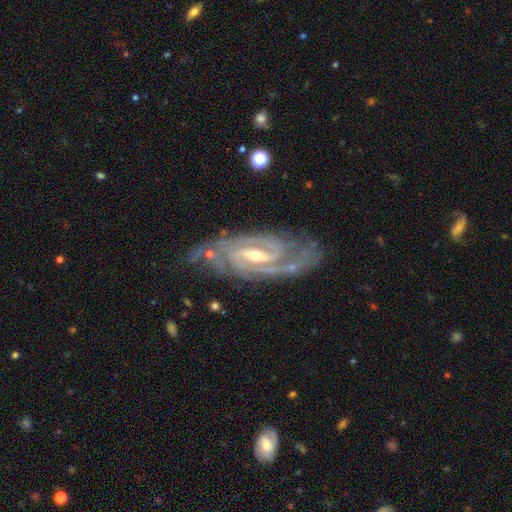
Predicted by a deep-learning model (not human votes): This appears to be a featured or disk galaxy (93%) with a strong bar (44%), 2 (64%) tight (53%) spiral arms (98%) and a small central bulge (53%). Merging: none (68%).